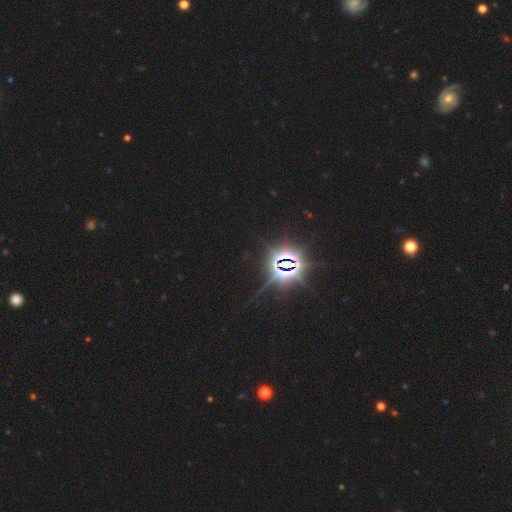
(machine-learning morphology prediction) Smooth or featured?
  - star or artifact: 85% *
  - smooth: 9%
  - featured or disk: 5%